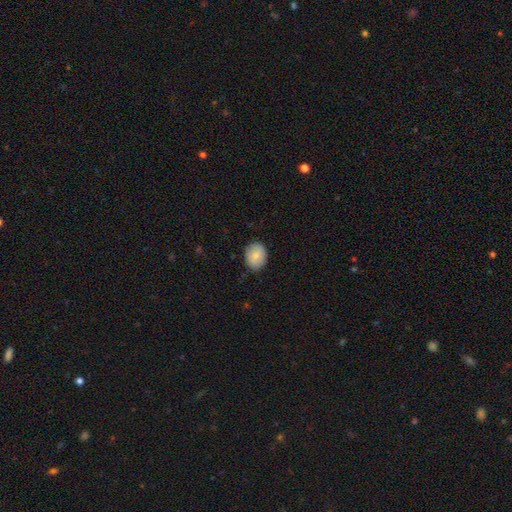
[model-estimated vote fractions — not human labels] Smooth or featured?
  - smooth: 80% *
  - featured or disk: 12%
  - star or artifact: 7%
How rounded?
  - in between: 53% *
  - round: 46%
  - cigar-shaped: 1%
Merging?
  - none: 85% *
  - minor disturbance: 12%
  - major disturbance: 2%
  - merger: 1%